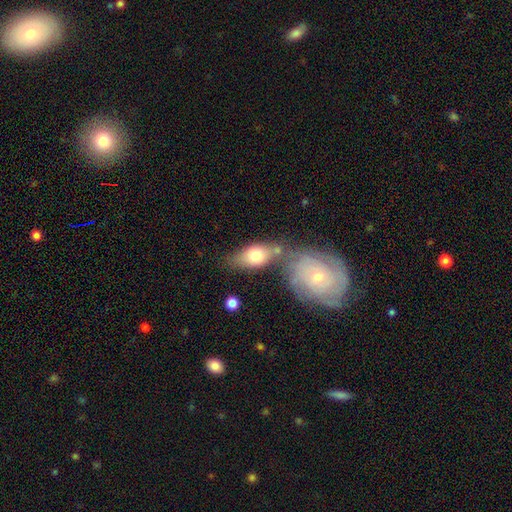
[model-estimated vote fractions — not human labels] Q: Smooth or featured?
A: smooth (69%); runner-up: featured or disk (24%)
Q: How rounded?
A: in between (82%); runner-up: round (10%)
Q: Merging?
A: none (43%); runner-up: merger (34%)